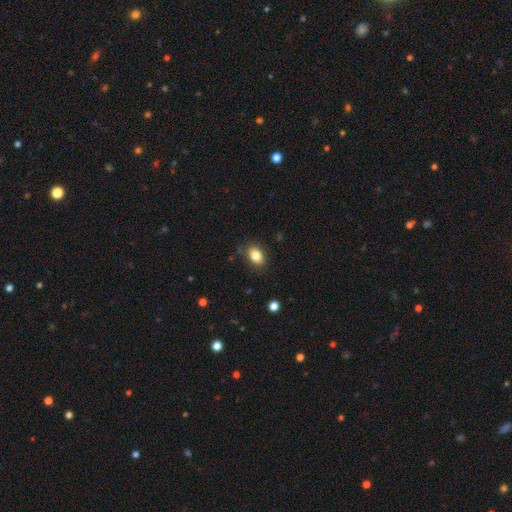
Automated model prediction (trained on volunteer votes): Morphology: type=smooth (83%); roundness=in between (77%); merging=none (80%).